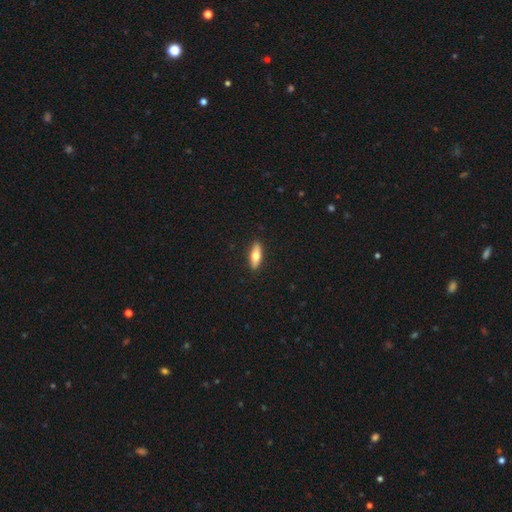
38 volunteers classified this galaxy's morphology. smooth 74%, featured or disk 24%, star or artifact 3%. Down the decision tree: how rounded — cigar-shaped (79%); merging — none (97%).